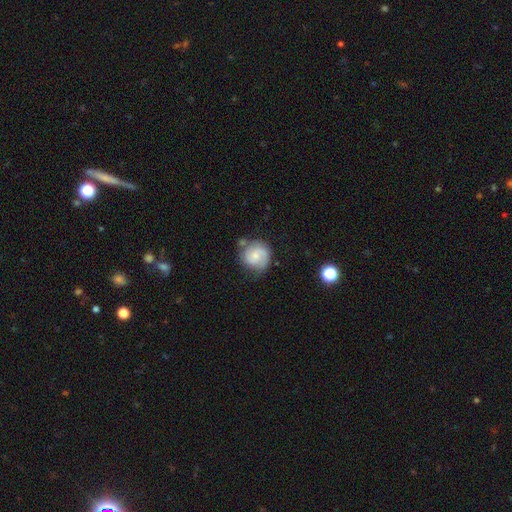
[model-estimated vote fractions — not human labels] Morphology: type=featured or disk (59%); edge-on=no (98%); bar=no (63%); spiral arms=yes (90%); winding=tight (46%); arm count=2 (66%); bulge=small (52%); merging=none (62%).